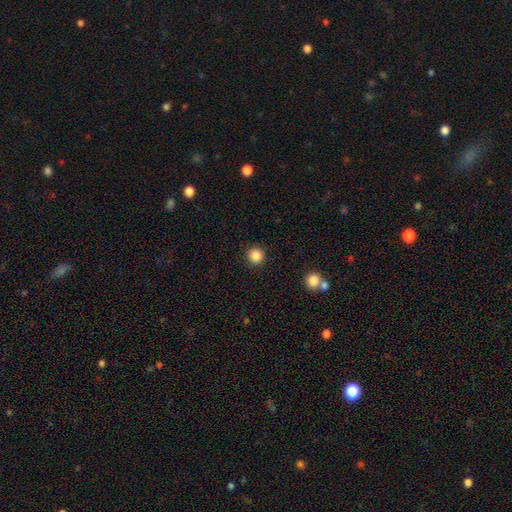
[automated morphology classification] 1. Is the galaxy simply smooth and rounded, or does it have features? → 87% smooth, 10% star or artifact, 3% featured or disk.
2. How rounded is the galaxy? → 95% round, 4% in between, 1% cigar-shaped.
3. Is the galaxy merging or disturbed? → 92% none, 5% minor disturbance, 2% major disturbance, 1% merger.